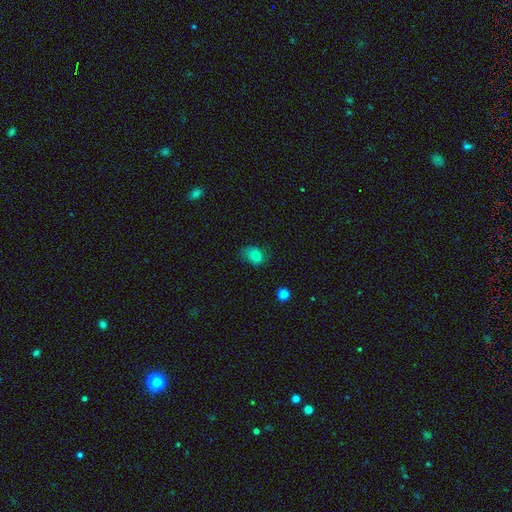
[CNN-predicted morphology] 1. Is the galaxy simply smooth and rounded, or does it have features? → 80% smooth, 11% star or artifact, 9% featured or disk.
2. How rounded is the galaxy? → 64% in between, 35% round, 1% cigar-shaped.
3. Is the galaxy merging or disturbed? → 55% none, 31% minor disturbance, 12% major disturbance, 2% merger.